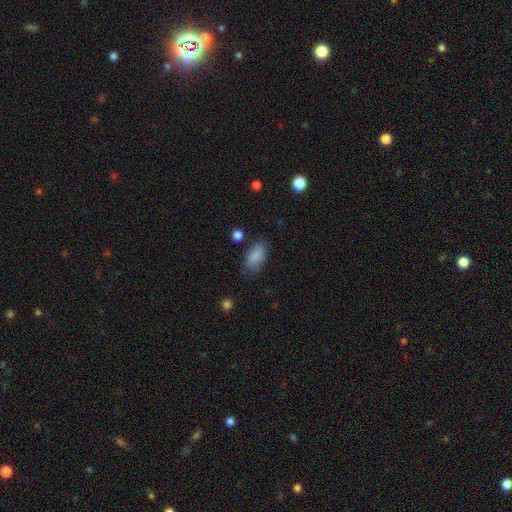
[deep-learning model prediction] Overall: smooth (86%). How rounded: in between (92%). Merging: none (71%).